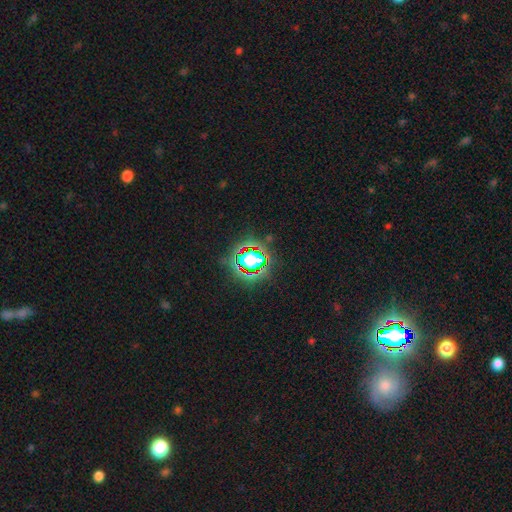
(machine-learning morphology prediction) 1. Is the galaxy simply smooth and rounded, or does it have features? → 76% star or artifact, 15% smooth, 9% featured or disk.